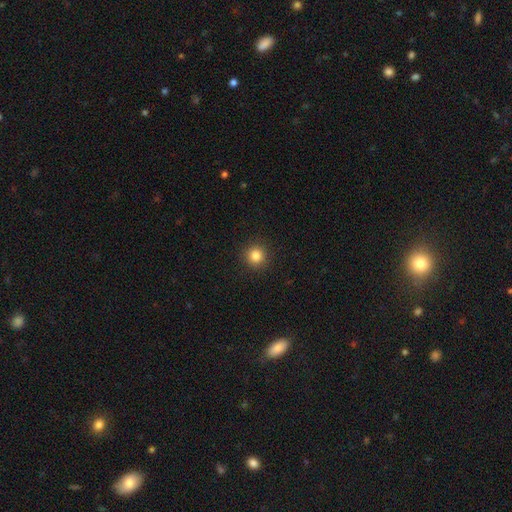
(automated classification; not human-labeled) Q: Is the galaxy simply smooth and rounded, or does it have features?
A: smooth — 83%.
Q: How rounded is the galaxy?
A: round — 95%.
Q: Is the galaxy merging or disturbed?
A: none — 92%.